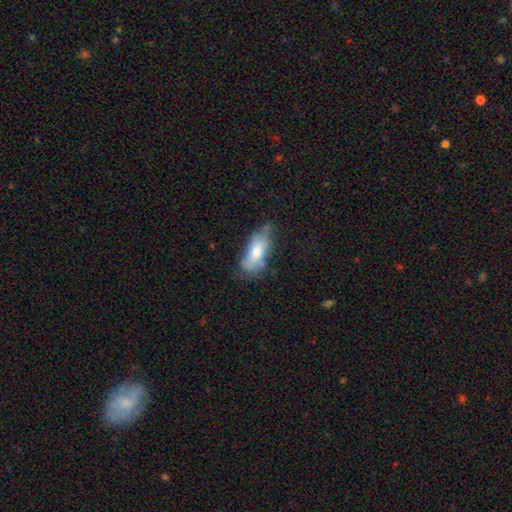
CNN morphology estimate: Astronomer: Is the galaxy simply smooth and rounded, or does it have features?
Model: smooth — 63%.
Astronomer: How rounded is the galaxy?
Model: in between — 79%.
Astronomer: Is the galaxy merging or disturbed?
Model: none — 56%.